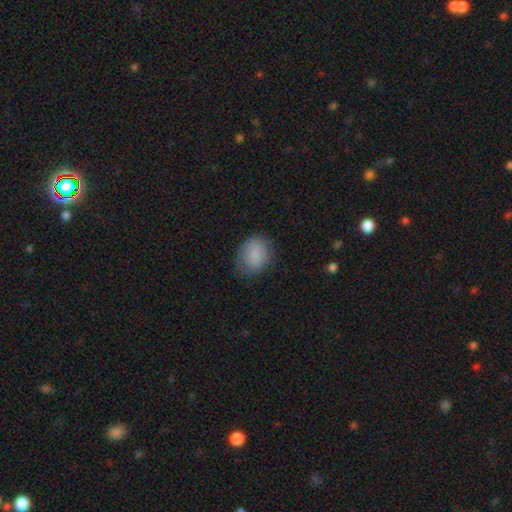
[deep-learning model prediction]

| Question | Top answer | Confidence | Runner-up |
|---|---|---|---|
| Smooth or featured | smooth | 84% | featured or disk (9%) |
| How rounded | in between | 56% | round (43%) |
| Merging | none | 75% | minor disturbance (19%) |